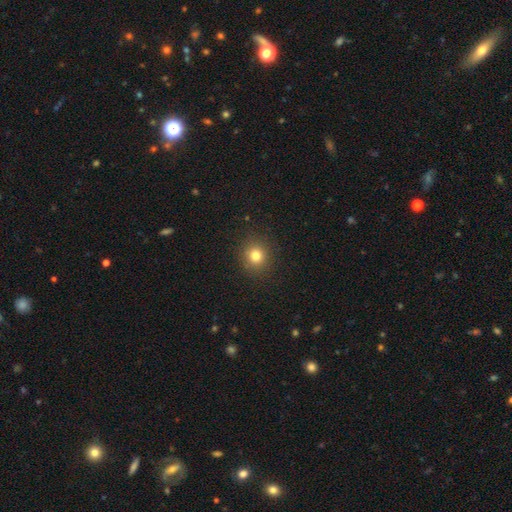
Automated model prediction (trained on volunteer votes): smooth 80%, star or artifact 14%, featured or disk 6%. Down the decision tree: how rounded — round (88%); merging — none (90%).